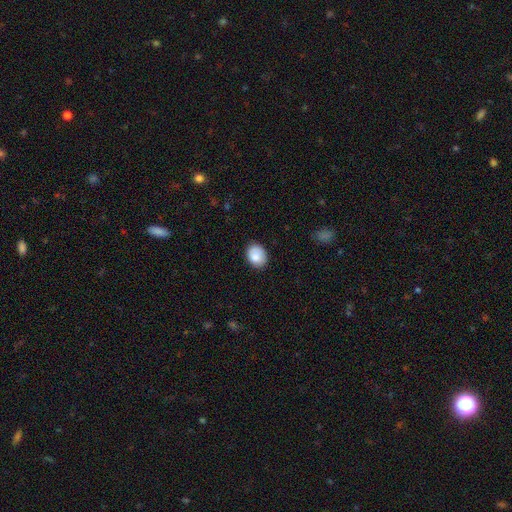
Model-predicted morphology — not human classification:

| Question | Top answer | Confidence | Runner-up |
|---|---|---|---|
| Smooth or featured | smooth | 86% | star or artifact (7%) |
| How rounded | in between | 63% | round (36%) |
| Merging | none | 83% | minor disturbance (13%) |